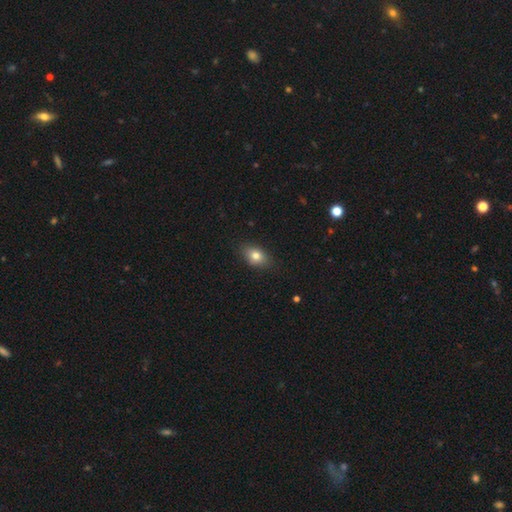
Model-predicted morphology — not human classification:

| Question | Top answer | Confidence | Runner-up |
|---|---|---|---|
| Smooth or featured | smooth | 79% | featured or disk (12%) |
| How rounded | in between | 77% | round (20%) |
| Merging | none | 83% | minor disturbance (13%) |